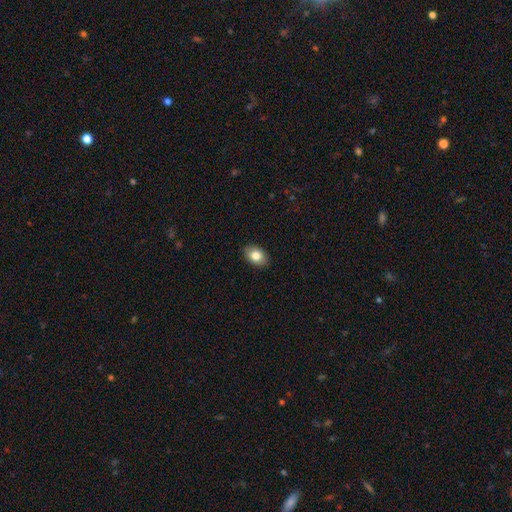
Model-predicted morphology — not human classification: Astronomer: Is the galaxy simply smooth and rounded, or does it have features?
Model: smooth — 82%.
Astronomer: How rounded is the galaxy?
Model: in between — 78%.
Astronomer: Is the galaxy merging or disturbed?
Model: none — 90%.